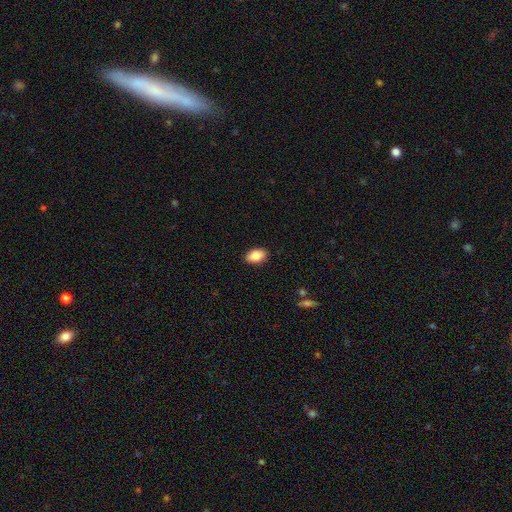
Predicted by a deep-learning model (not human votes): The model was most divided on "smooth or featured": smooth: 85%, star or artifact: 7%, featured or disk: 7%. More confident: how rounded — in between (91%); merging — none (89%).